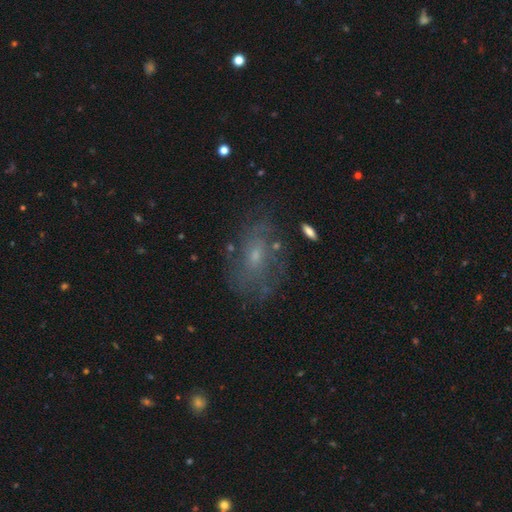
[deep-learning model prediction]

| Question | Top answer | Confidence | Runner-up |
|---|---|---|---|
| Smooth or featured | featured or disk | 63% | smooth (25%) |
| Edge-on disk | no | 95% | yes (5%) |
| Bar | no | 68% | weak (27%) |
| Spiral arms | yes | 67% | no (33%) |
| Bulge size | small | 63% | moderate (29%) |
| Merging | none | 67% | minor disturbance (19%) |